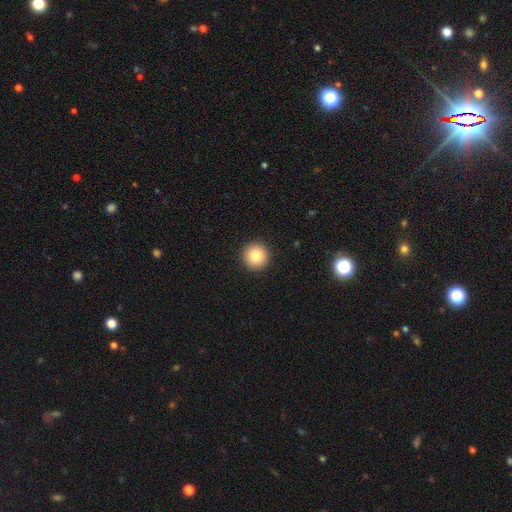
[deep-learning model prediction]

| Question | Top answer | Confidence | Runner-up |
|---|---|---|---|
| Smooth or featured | smooth | 83% | star or artifact (10%) |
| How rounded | round | 96% | in between (3%) |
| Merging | none | 93% | minor disturbance (4%) |